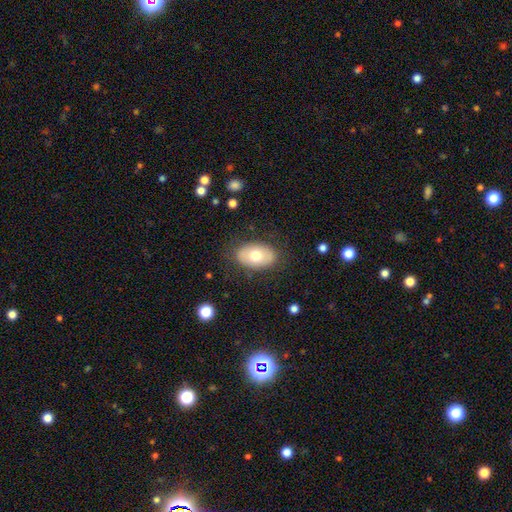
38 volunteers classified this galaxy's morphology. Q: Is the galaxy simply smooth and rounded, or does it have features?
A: smooth — 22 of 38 (58%).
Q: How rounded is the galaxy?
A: in between — 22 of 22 (100%).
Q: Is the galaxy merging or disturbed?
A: none — 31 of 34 (91%).